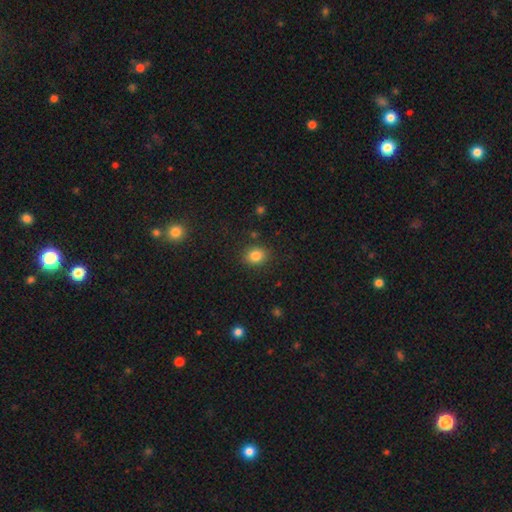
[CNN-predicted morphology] Smooth or featured?
  - smooth: 84% *
  - star or artifact: 11%
  - featured or disk: 6%
How rounded?
  - round: 55% *
  - in between: 44%
  - cigar-shaped: 1%
Merging?
  - none: 86% *
  - minor disturbance: 9%
  - major disturbance: 3%
  - merger: 2%